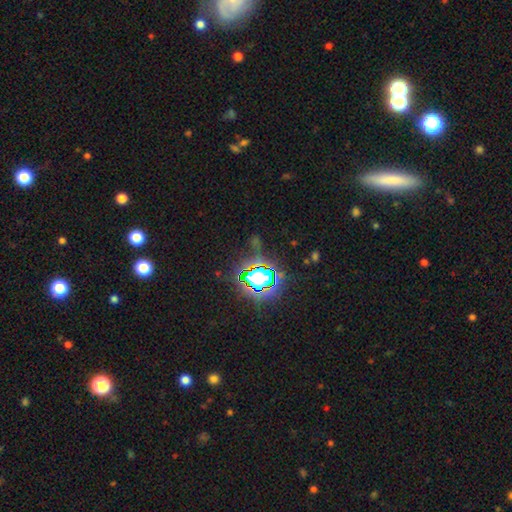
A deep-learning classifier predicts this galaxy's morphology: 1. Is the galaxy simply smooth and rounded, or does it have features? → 76% star or artifact, 15% smooth, 9% featured or disk.